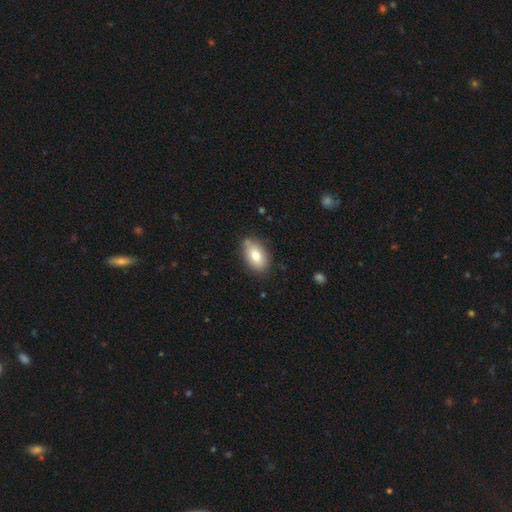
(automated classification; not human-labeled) A smooth galaxy with no disk features (77%) that is in between round and cigar-shaped (90%).

Vote fractions:
- Smooth or featured? smooth: 77% / featured or disk: 15% / star or artifact: 7%
- How rounded? in between: 90% / round: 8% / cigar-shaped: 2%
- Merging? none: 78% / minor disturbance: 16% / major disturbance: 3% / merger: 3%